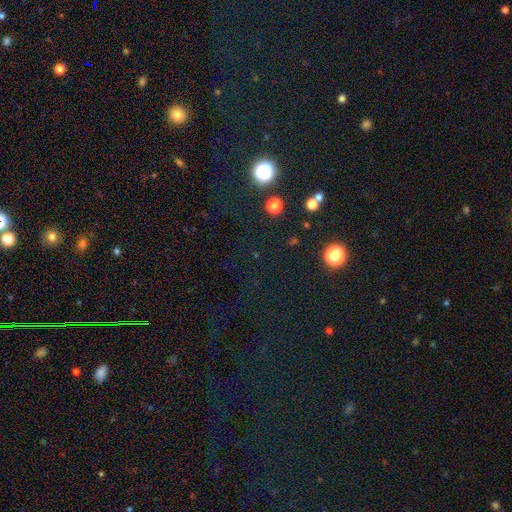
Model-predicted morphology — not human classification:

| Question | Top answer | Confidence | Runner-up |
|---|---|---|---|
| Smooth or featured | star or artifact | 72% | smooth (21%) |